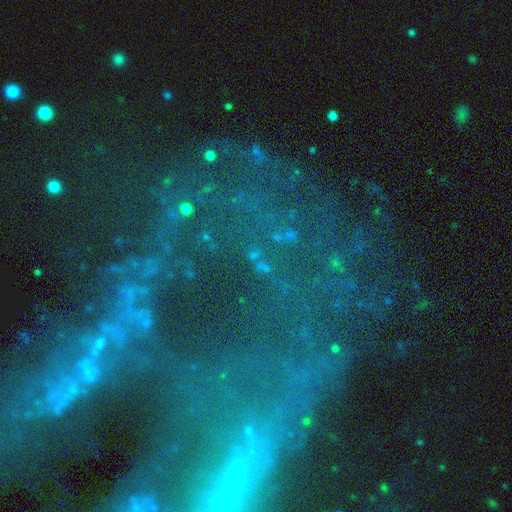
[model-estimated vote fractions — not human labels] smooth_or_featured: star or artifact (p=0.69) [alt: smooth p=0.20]